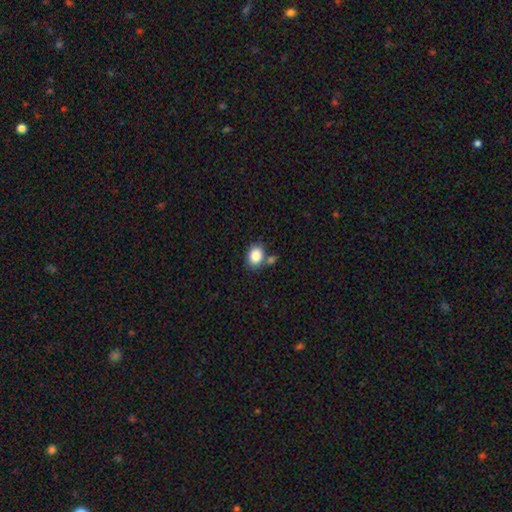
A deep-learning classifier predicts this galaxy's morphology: smooth-or-featured: smooth: 86% | star or artifact: 9% | featured or disk: 6%
  how-rounded: in between: 59% | round: 40% | cigar-shaped: 1%
  merging: none: 66% | merger: 17% | minor disturbance: 13% | major disturbance: 4%